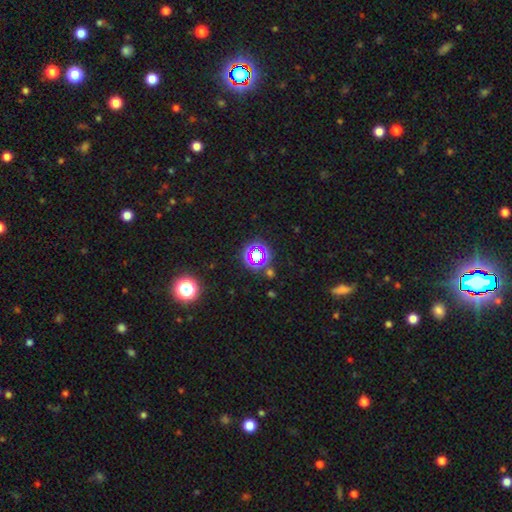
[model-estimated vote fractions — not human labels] A star or artifact, not a galaxy (61%).